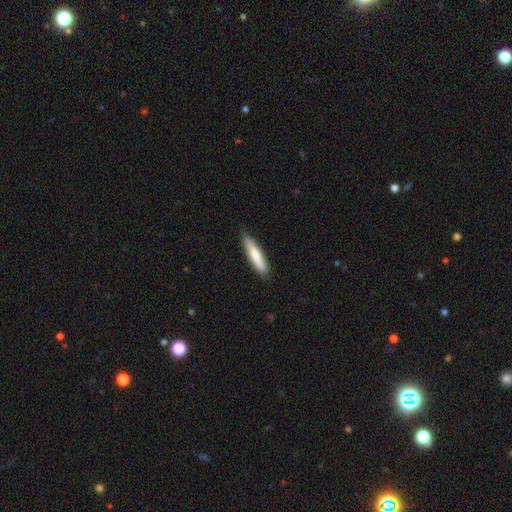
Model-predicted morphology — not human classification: Smooth or featured?
  - smooth: 77% *
  - featured or disk: 18%
  - star or artifact: 5%
How rounded?
  - cigar-shaped: 87% *
  - in between: 12%
  - round: 1%
Merging?
  - none: 87% *
  - minor disturbance: 10%
  - major disturbance: 2%
  - merger: 1%